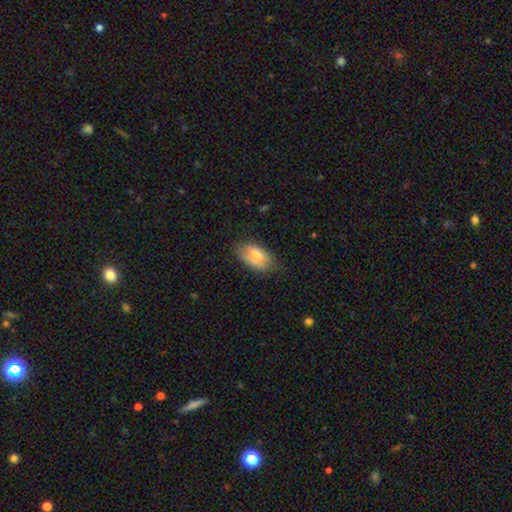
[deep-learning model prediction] A smooth galaxy with no disk features (73%) that is in between round and cigar-shaped (92%).

Vote fractions:
- Smooth or featured? smooth: 73% / featured or disk: 20% / star or artifact: 7%
- How rounded? in between: 92% / round: 6% / cigar-shaped: 3%
- Merging? none: 66% / minor disturbance: 27% / major disturbance: 6% / merger: 1%